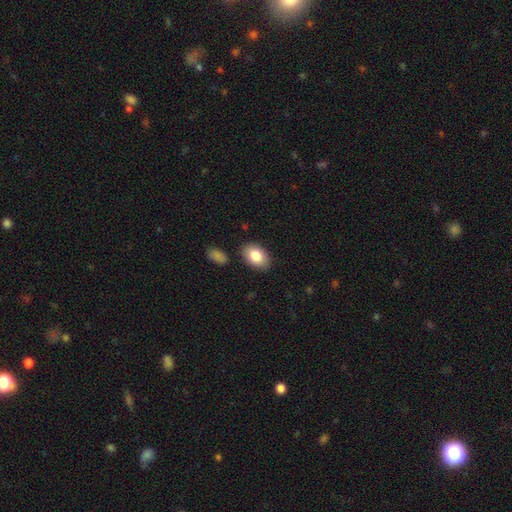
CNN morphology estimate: Overall: smooth (84%). How rounded: in between (87%). Merging: none (85%).